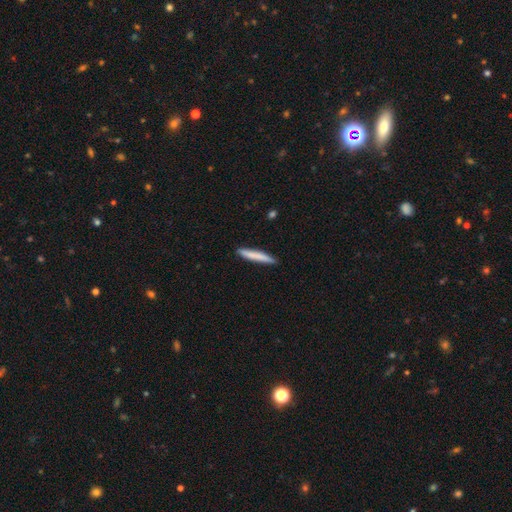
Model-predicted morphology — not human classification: smooth 77%, featured or disk 18%, star or artifact 5%. Down the decision tree: how rounded — cigar-shaped (95%); merging — none (90%).